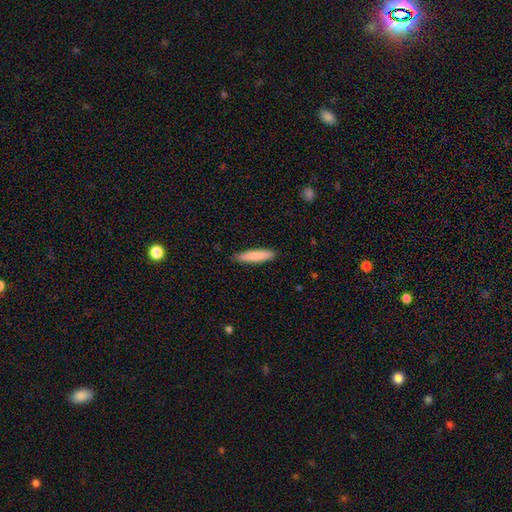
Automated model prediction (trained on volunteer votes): smooth-or-featured: smooth: 83% | featured or disk: 11% | star or artifact: 6%
  how-rounded: cigar-shaped: 85% | in between: 14% | round: 1%
  merging: none: 87% | minor disturbance: 10% | major disturbance: 2% | merger: 1%